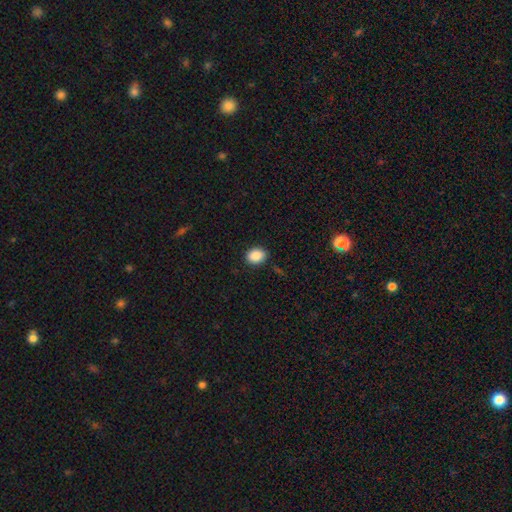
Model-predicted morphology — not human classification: Smooth or featured: smooth — 89% (star or artifact — 8%)
How rounded: in between — 61% (round — 38%)
Merging: none — 87% (minor disturbance — 9%)